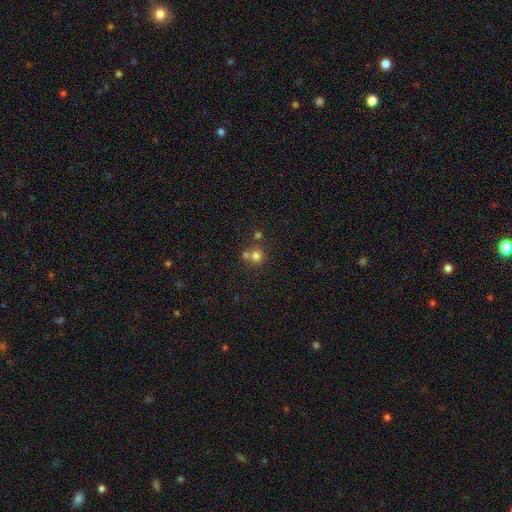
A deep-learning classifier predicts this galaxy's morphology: Overall: smooth (73%). How rounded: round (90%). Merging: none (52%; merger 39%).